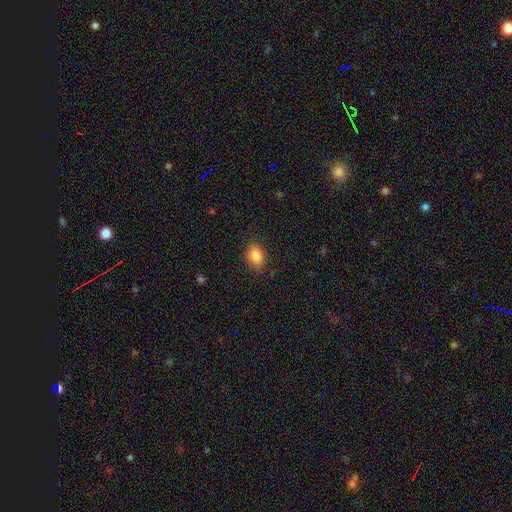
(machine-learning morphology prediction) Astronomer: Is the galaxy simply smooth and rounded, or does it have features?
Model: smooth — 85%.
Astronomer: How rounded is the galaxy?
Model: in between — 76%.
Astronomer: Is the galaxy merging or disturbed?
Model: none — 85%.